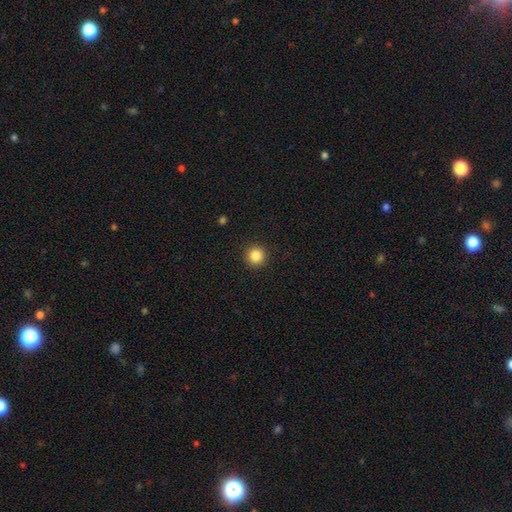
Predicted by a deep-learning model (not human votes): This appears to be a smooth galaxy with no disk features (85%) that is round (95%). Merging: none (92%).